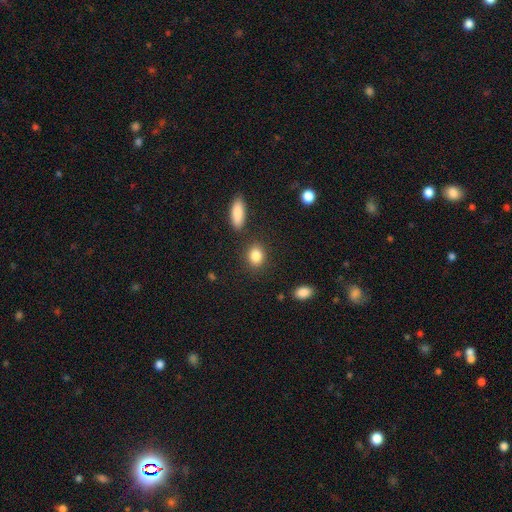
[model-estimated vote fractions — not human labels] Smooth or featured: smooth — 86% (star or artifact — 9%)
How rounded: in between — 55% (round — 44%)
Merging: none — 82% (minor disturbance — 9%)